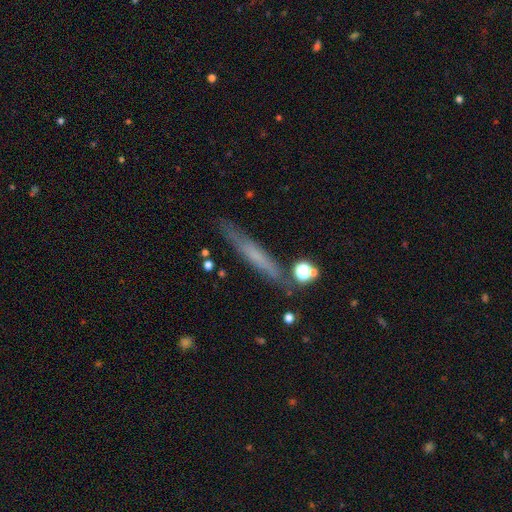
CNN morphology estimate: This is possibly a smooth galaxy (49%). Merging: clearly none (80%).